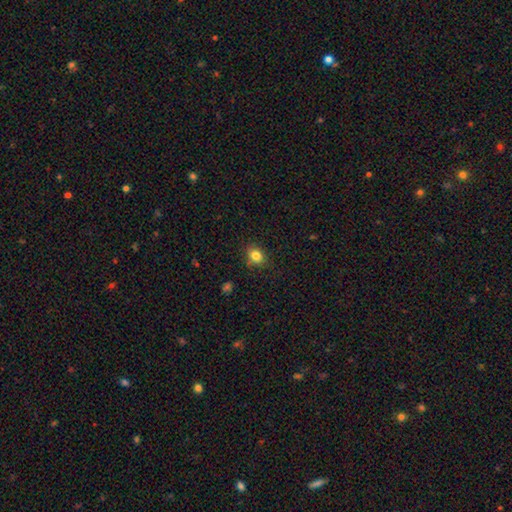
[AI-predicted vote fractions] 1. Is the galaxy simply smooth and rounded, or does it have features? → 82% smooth, 12% star or artifact, 6% featured or disk.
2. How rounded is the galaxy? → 58% round, 41% in between, 1% cigar-shaped.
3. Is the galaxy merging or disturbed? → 81% none, 14% minor disturbance, 3% major disturbance, 2% merger.